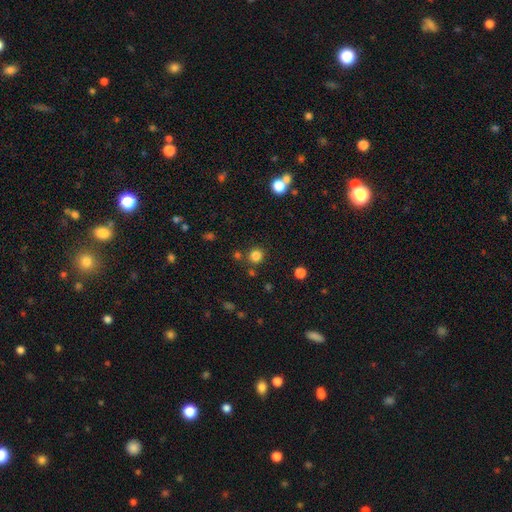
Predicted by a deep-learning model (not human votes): smooth_or_featured: smooth (p=0.81) [alt: star or artifact p=0.14]
how_rounded: round (p=0.90) [alt: in between p=0.09]
merging: none (p=0.82) [alt: minor disturbance p=0.08]